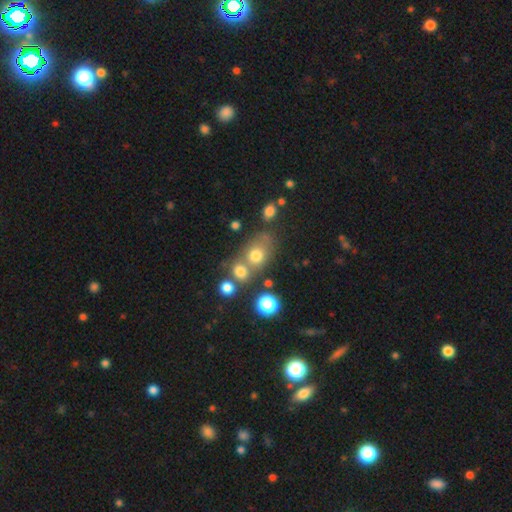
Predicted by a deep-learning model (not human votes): Smooth or featured?
  - smooth: 70% *
  - star or artifact: 16%
  - featured or disk: 14%
How rounded?
  - round: 54% *
  - in between: 45%
  - cigar-shaped: 2%
Merging?
  - none: 43% *
  - merger: 37%
  - minor disturbance: 13%
  - major disturbance: 7%